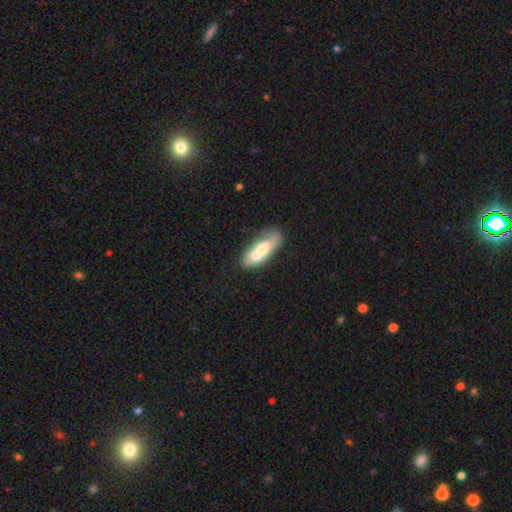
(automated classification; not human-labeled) smooth-or-featured: smooth: 55% | featured or disk: 39% | star or artifact: 7%
  how-rounded: in between: 68% | cigar-shaped: 27% | round: 5%
  merging: merger: 53% | none: 24% | minor disturbance: 13% | major disturbance: 10%